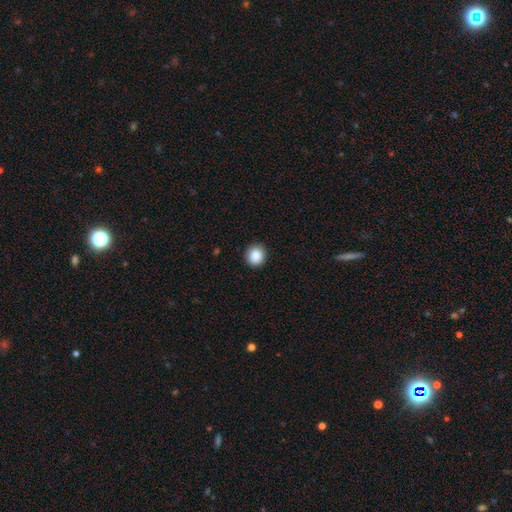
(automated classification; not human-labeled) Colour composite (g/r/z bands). It shows a smooth galaxy with no disk features (88%) that is round (89%). Merging: none (90%).